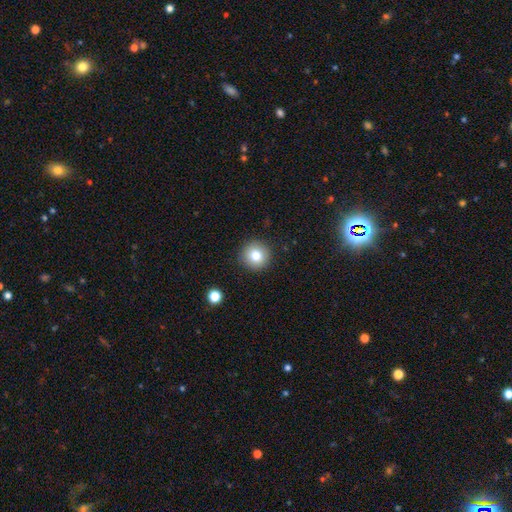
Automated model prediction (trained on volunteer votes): smooth-or-featured: smooth: 81% | star or artifact: 10% | featured or disk: 9%
  how-rounded: round: 95% | in between: 4% | cigar-shaped: 1%
  merging: none: 90% | minor disturbance: 6% | major disturbance: 2% | merger: 1%